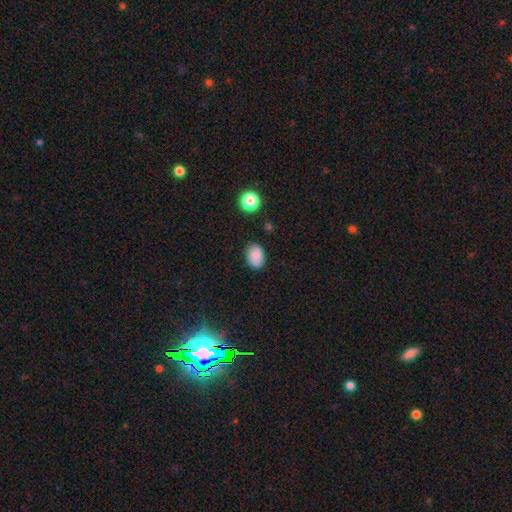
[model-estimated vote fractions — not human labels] This appears to be a smooth galaxy with no disk features (84%) that is in between round and cigar-shaped (76%). Merging: none (78%).